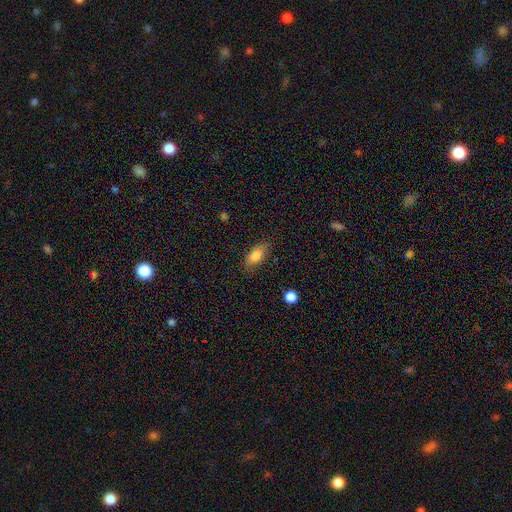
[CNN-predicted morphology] A smooth galaxy with no disk features (82%) that is in between round and cigar-shaped (85%). Merging: none (81%).